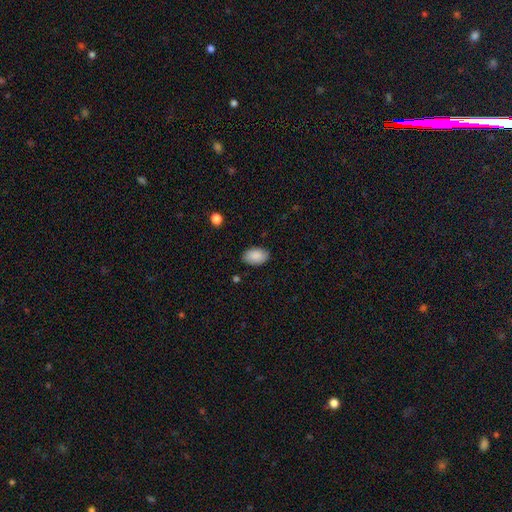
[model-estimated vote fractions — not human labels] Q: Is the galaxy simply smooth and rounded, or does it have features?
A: smooth — 88%.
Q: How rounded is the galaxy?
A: in between — 91%.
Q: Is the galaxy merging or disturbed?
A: none — 85%.